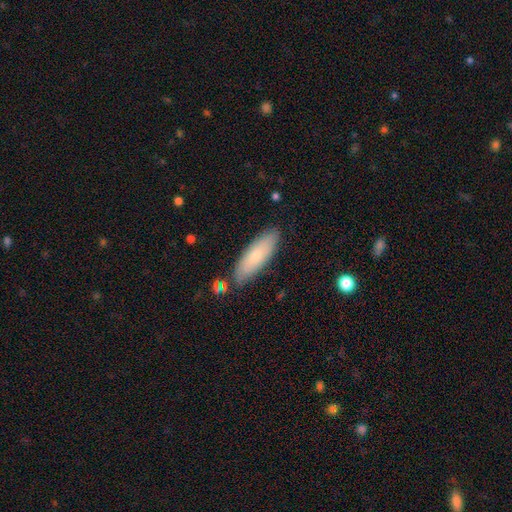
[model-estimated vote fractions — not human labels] Smooth or featured? smooth (70%)
How rounded? in between (53%)
Merging? none (83%)